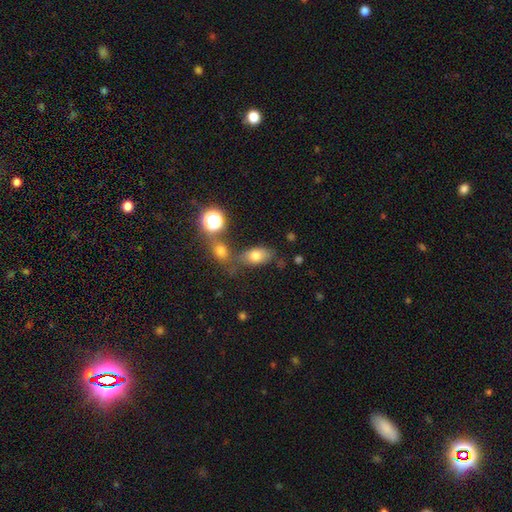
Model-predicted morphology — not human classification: Overall: smooth (73%). How rounded: in between (83%). Merging: none (58%; merger 20%).